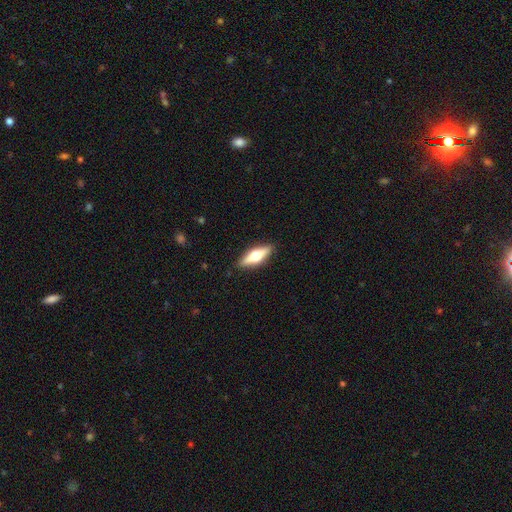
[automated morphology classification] featured or disk 54%, smooth 40%, star or artifact 6%. Down the decision tree: edge-on disk — yes (93%); edge-on bulge — rounded (94%); merging — none (89%).